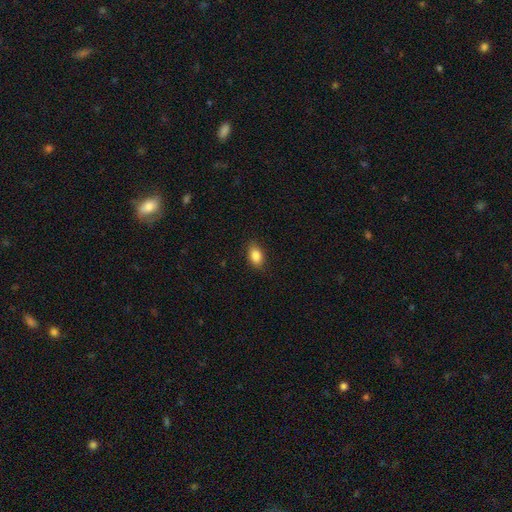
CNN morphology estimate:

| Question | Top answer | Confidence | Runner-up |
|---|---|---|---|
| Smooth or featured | smooth | 86% | star or artifact (8%) |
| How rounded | in between | 85% | round (12%) |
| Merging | none | 85% | minor disturbance (12%) |